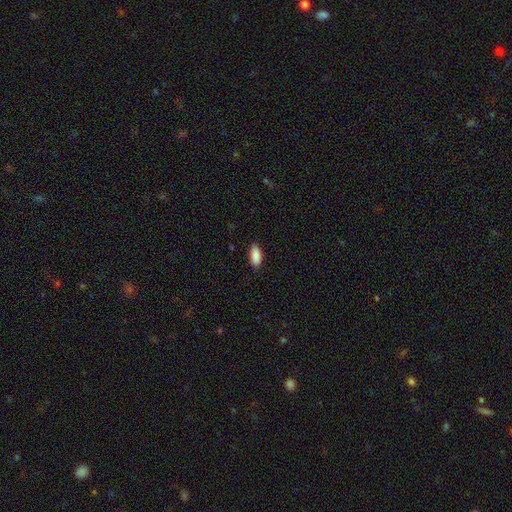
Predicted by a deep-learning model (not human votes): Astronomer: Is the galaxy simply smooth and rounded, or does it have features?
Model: smooth — 90%.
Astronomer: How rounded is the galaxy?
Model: in between — 88%.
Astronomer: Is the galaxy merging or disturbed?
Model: none — 87%.